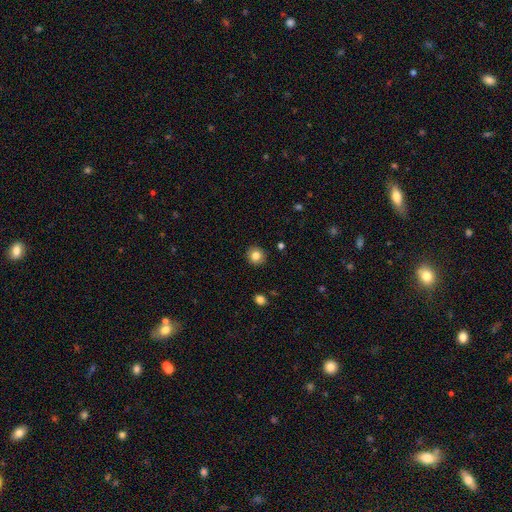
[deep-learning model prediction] A smooth galaxy with no disk features (83%) that is round (91%). Merging: none (91%).